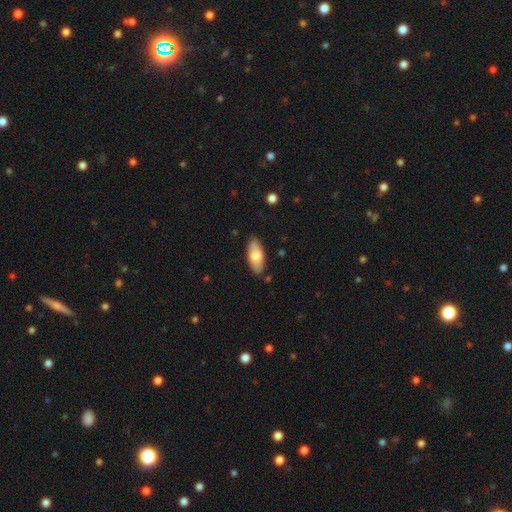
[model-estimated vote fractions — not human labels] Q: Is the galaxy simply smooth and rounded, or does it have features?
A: smooth — 73%.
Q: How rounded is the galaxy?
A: in between — 85%.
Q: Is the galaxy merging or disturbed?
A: none — 86%.